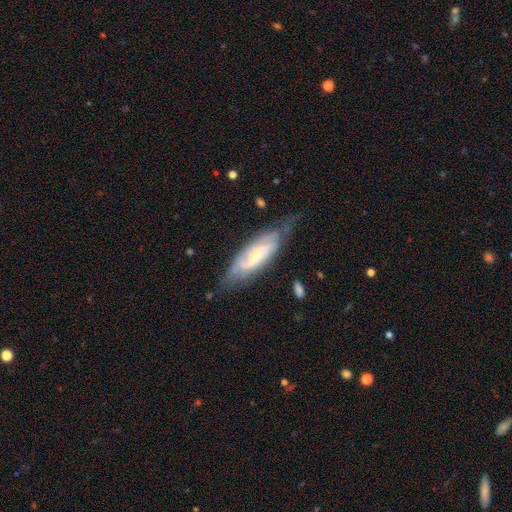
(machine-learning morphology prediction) Smooth or featured? Predicted: featured or disk (p=0.67). Edge-on disk? Predicted: no (p=0.79). Bar? Predicted: weak (p=0.43). Spiral arms? Predicted: yes (p=0.86). Bulge size? Predicted: small (p=0.51). Merging? Predicted: none (p=0.56).